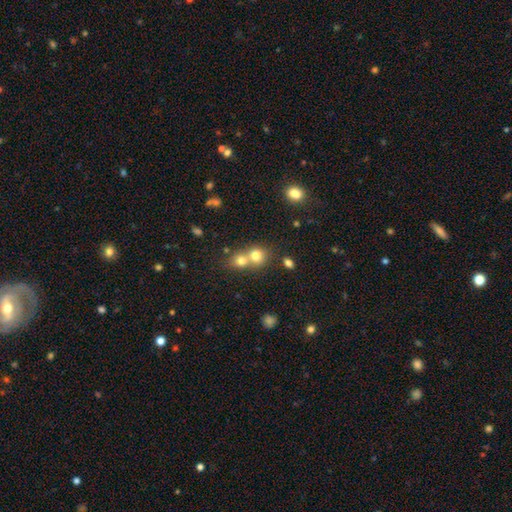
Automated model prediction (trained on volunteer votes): Morphology: type=smooth (75%); roundness=round (78%); merging=merger (58%).